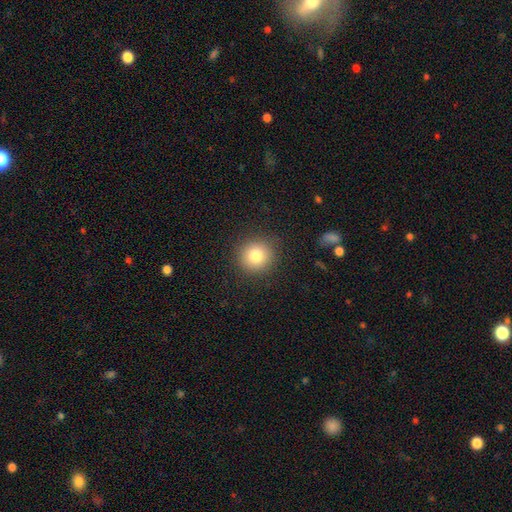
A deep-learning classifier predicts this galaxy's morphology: This appears to be a smooth galaxy with no disk features (80%) that is round (92%). Merging: none (89%).